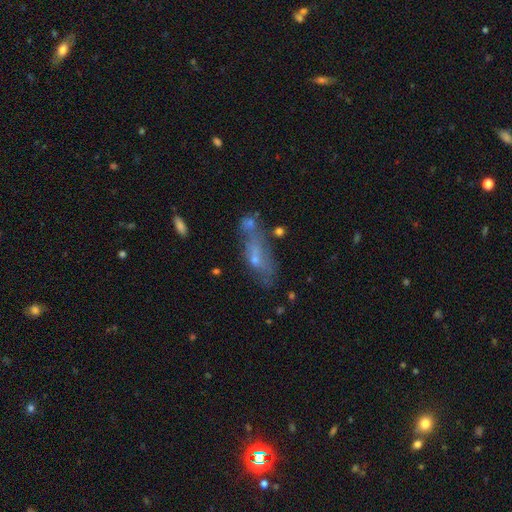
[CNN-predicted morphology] Overall: featured or disk (43%; smooth 42%). Merging: none (39%; merger 22%).